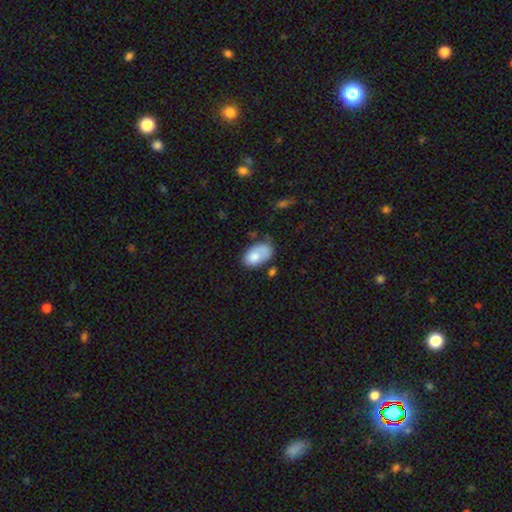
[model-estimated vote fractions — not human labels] A smooth galaxy with no disk features (77%) that is in between round and cigar-shaped (90%). Merging: none (41%).